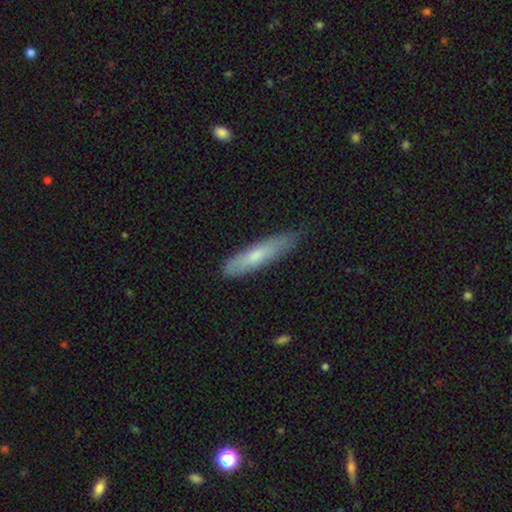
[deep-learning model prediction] Smooth or featured: smooth — 67% (featured or disk — 27%)
How rounded: cigar-shaped — 82% (in between — 17%)
Merging: none — 72% (minor disturbance — 23%)